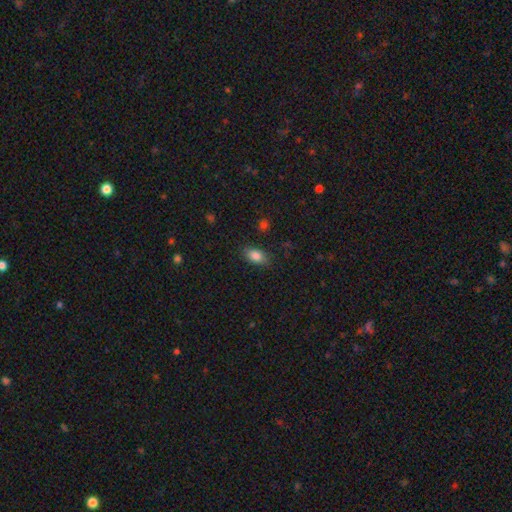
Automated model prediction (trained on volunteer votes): Smooth or featured?
  - smooth: 85% *
  - star or artifact: 9%
  - featured or disk: 7%
How rounded?
  - in between: 86% *
  - round: 11%
  - cigar-shaped: 3%
Merging?
  - none: 82% *
  - minor disturbance: 13%
  - major disturbance: 3%
  - merger: 1%